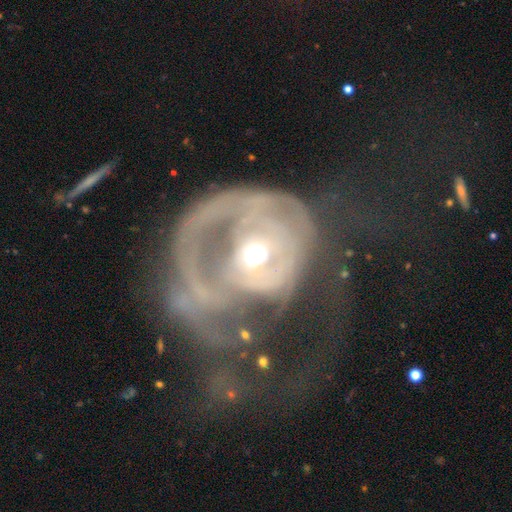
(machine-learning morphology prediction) Smooth or featured? Predicted: featured or disk (p=0.73). Edge-on disk? Predicted: no (p=0.97). Bar? Predicted: no (p=0.74). Spiral arms? Predicted: yes (p=0.52). Bulge size? Predicted: moderate (p=0.64). Merging? Predicted: major disturbance (p=0.71).